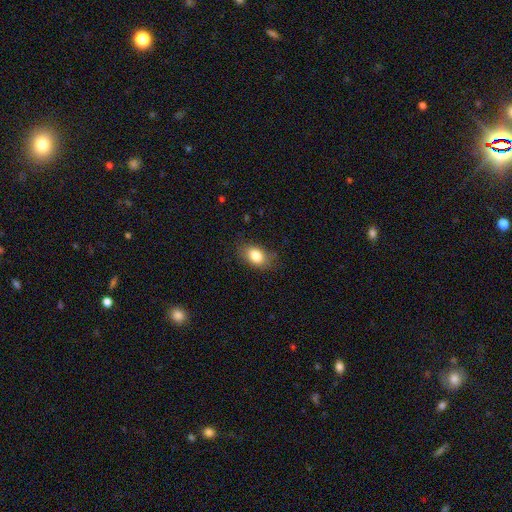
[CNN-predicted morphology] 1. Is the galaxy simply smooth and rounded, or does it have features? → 83% smooth, 9% featured or disk, 9% star or artifact.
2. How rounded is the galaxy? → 81% in between, 17% round, 2% cigar-shaped.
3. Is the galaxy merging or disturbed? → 76% none, 18% minor disturbance, 5% major disturbance, 1% merger.